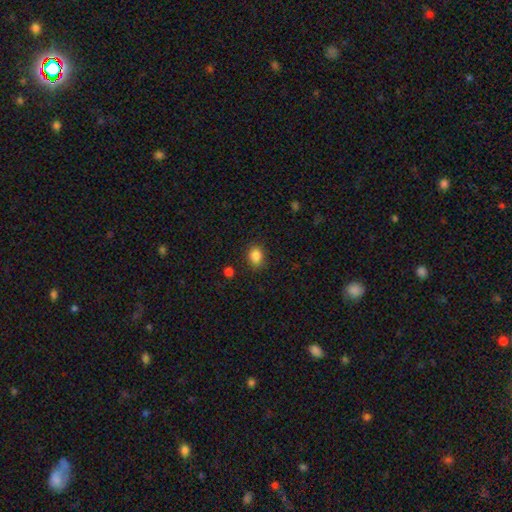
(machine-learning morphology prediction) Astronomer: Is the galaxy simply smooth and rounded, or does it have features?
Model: smooth — 85%.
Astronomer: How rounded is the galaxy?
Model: round — 53% (runner-up: in between, 46%).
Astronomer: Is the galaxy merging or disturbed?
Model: none — 84%.